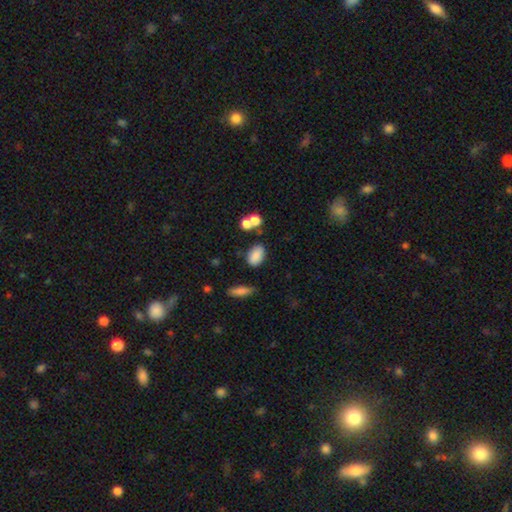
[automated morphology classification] Overall: smooth (83%). How rounded: in between (87%). Merging: none (70%).